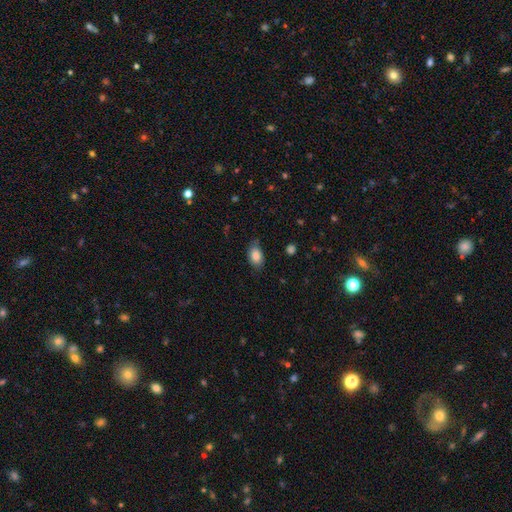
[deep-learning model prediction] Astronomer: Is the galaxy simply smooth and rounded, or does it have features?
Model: smooth — 84%.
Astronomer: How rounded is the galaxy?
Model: in between — 88%.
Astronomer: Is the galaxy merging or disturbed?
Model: none — 72%.